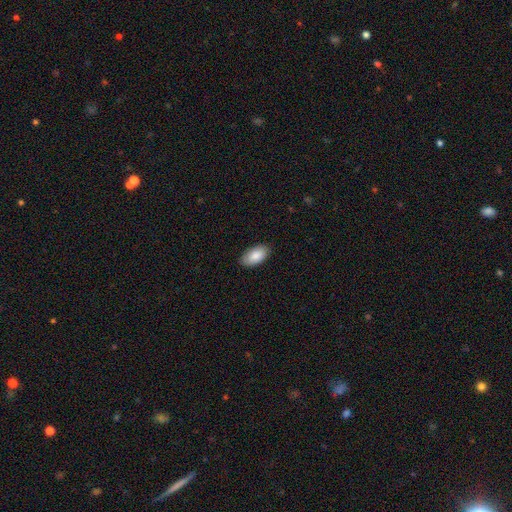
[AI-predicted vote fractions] smooth-or-featured: smooth: 87% | featured or disk: 7% | star or artifact: 6%
  how-rounded: in between: 95% | round: 3% | cigar-shaped: 2%
  merging: none: 87% | minor disturbance: 10% | major disturbance: 2% | merger: 1%